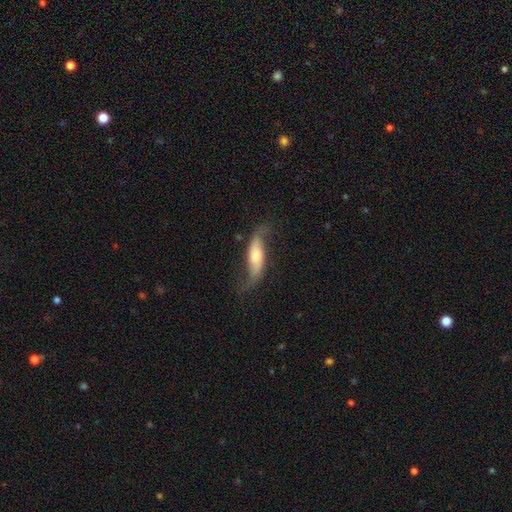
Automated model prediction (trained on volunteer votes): A featured or disk galaxy (74%) with no bar (49%), 2 (91%) loose (85%) spiral arms (92%) and a moderate central bulge (56%). Merging: none (67%).